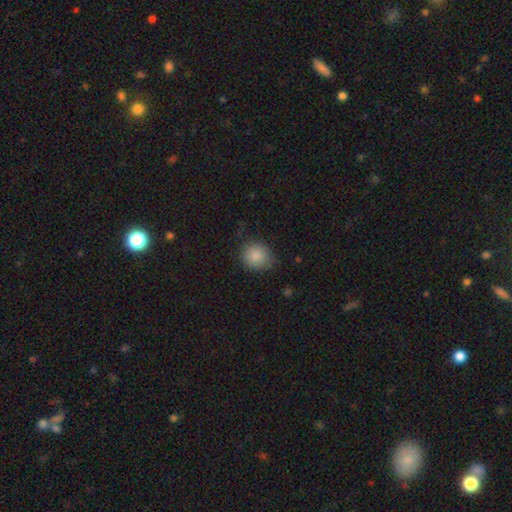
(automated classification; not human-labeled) smooth 87%, star or artifact 8%, featured or disk 5%. Down the decision tree: how rounded — round (79%); merging — none (78%).